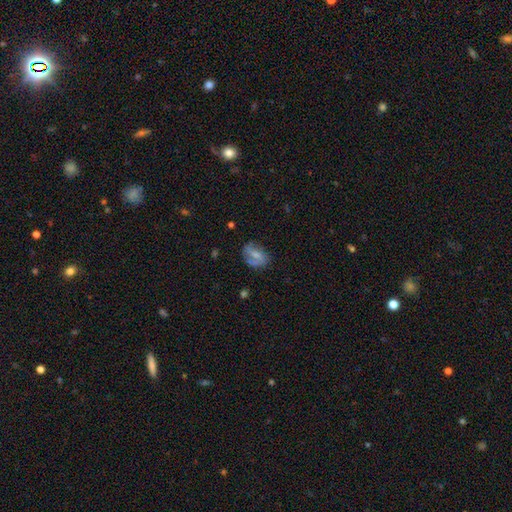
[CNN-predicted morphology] smooth 47%, featured or disk 44%, star or artifact 9%. Down the decision tree: merging — none (52%).